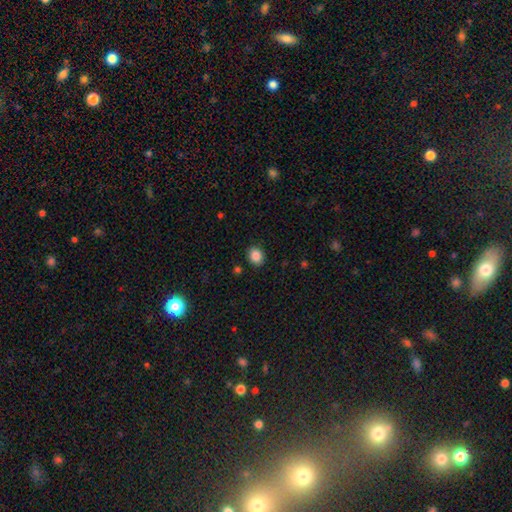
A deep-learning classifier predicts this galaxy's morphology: smooth_or_featured: smooth (p=0.86) [alt: star or artifact p=0.09]
how_rounded: round (p=0.55) [alt: in between p=0.44]
merging: none (p=0.89) [alt: minor disturbance p=0.07]